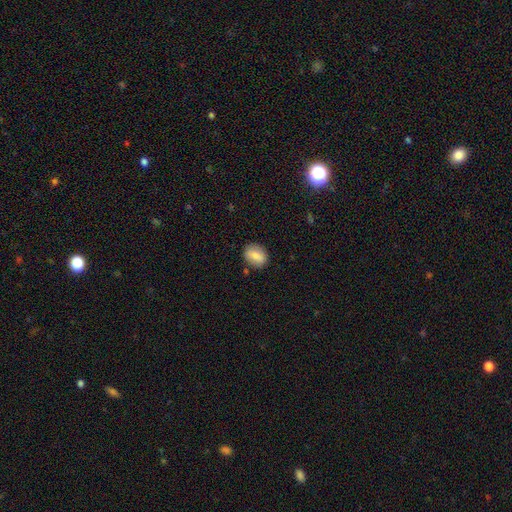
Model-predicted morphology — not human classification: Q: Smooth or featured?
A: smooth (79%); runner-up: featured or disk (13%)
Q: How rounded?
A: in between (56%); runner-up: round (42%)
Q: Merging?
A: none (83%); runner-up: minor disturbance (12%)